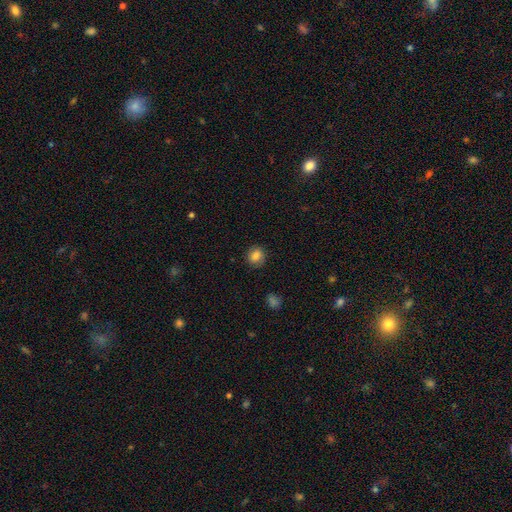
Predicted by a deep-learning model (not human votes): Smooth or featured: smooth — 80% (star or artifact — 10%)
How rounded: round — 78% (in between — 21%)
Merging: none — 84% (minor disturbance — 11%)